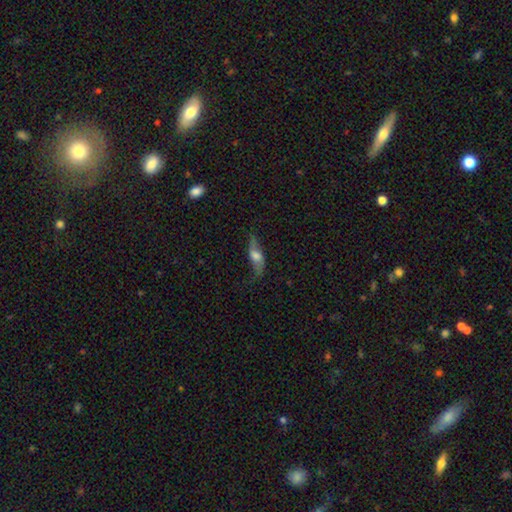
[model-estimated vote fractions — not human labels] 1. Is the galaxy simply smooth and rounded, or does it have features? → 52% featured or disk, 40% smooth, 8% star or artifact.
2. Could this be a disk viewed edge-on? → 64% no, 36% yes.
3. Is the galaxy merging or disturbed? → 56% none, 24% minor disturbance, 17% major disturbance, 3% merger.